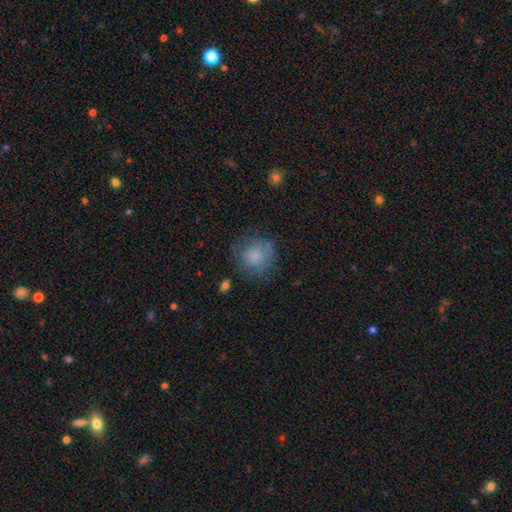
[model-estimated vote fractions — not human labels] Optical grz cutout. It shows a smooth galaxy with no disk features (73%) that is round (85%). Merging: none (62%).